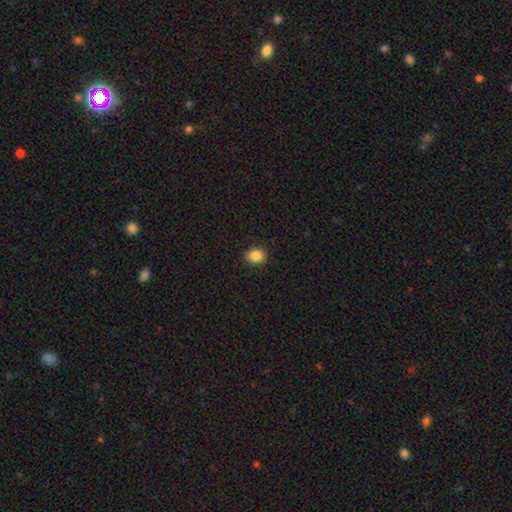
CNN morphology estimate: smooth 87%, star or artifact 10%, featured or disk 4%. Down the decision tree: how rounded — round (53%); merging — none (90%).